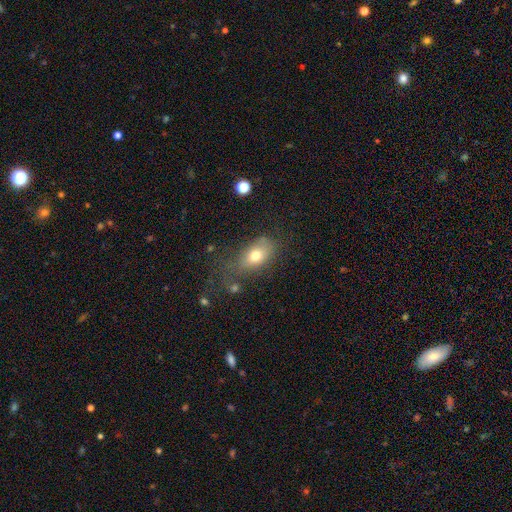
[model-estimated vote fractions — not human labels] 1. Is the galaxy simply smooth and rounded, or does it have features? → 73% smooth, 17% featured or disk, 11% star or artifact.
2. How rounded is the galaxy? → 82% in between, 14% round, 4% cigar-shaped.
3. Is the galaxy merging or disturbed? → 58% none, 24% minor disturbance, 14% major disturbance, 5% merger.